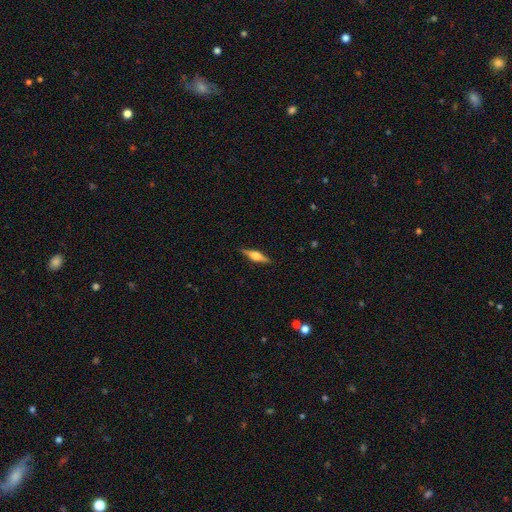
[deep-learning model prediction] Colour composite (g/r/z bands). It shows a featured or disk galaxy (58%) viewed edge-on (96%) with a rounded central bulge (84%). Merging: none (88%).